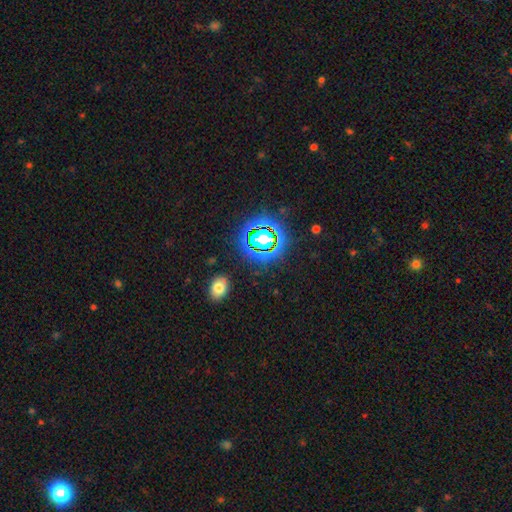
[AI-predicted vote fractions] Smooth or featured?
  - star or artifact: 80% *
  - smooth: 13%
  - featured or disk: 7%